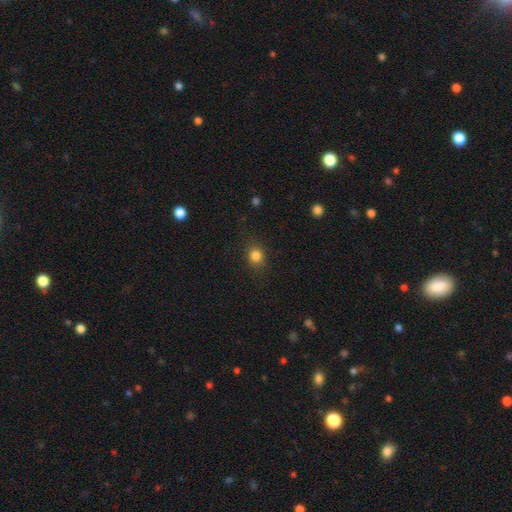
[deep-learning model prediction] smooth-or-featured: smooth: 83% | star or artifact: 12% | featured or disk: 5%
  how-rounded: round: 73% | in between: 25% | cigar-shaped: 1%
  merging: none: 85% | minor disturbance: 10% | major disturbance: 4% | merger: 1%